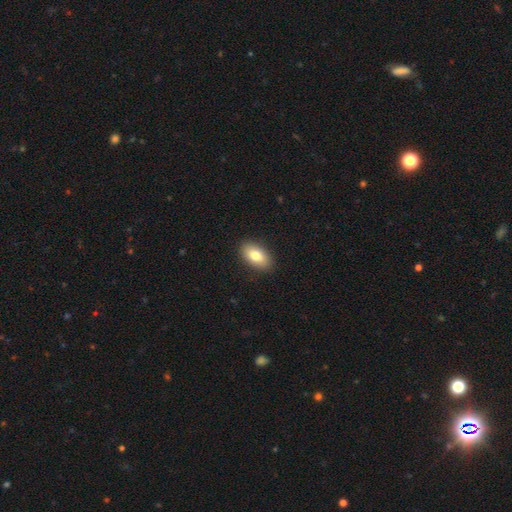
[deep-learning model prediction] Smooth or featured?
  - smooth: 81% *
  - featured or disk: 12%
  - star or artifact: 7%
How rounded?
  - in between: 92% *
  - round: 5%
  - cigar-shaped: 3%
Merging?
  - none: 89% *
  - minor disturbance: 8%
  - major disturbance: 2%
  - merger: 1%